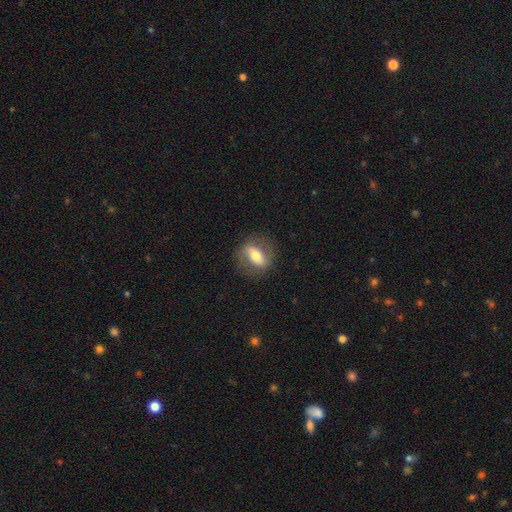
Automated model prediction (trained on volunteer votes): Smooth or featured?
  - featured or disk: 52% *
  - smooth: 41%
  - star or artifact: 7%
Edge-on disk?
  - no: 77% *
  - yes: 23%
Merging?
  - none: 79% *
  - minor disturbance: 13%
  - major disturbance: 6%
  - merger: 1%